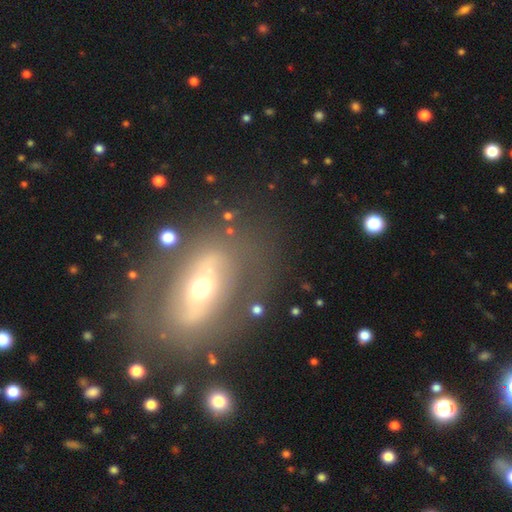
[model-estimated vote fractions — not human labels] smooth-or-featured: featured or disk: 59% | smooth: 29% | star or artifact: 12%
  disk-edge-on: no: 79% | yes: 21%
  merging: none: 77% | minor disturbance: 12% | major disturbance: 8% | merger: 3%